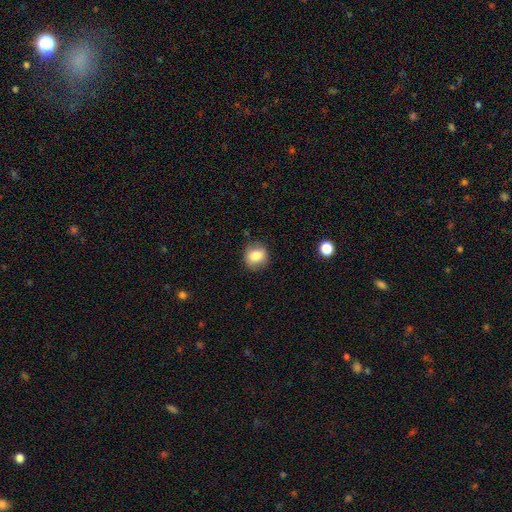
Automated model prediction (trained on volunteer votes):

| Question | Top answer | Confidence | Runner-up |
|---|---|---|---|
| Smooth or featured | smooth | 82% | featured or disk (9%) |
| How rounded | round | 75% | in between (24%) |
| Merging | none | 81% | minor disturbance (14%) |